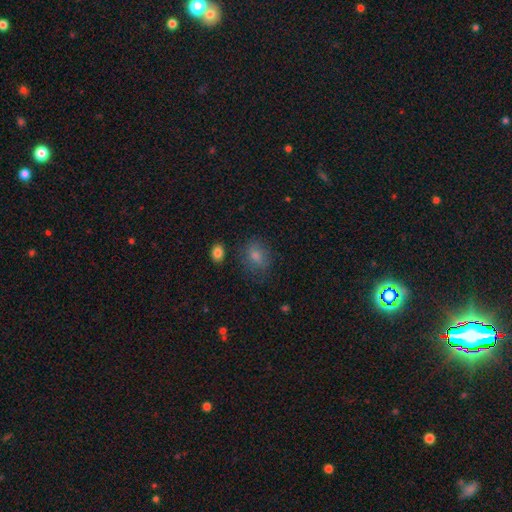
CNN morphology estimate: Overall: smooth (69%). How rounded: round (50%; in between 48%). Merging: none (76%).